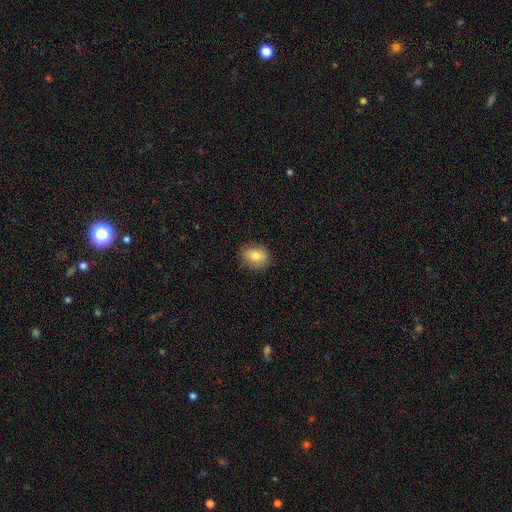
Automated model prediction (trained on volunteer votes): Overall: smooth (80%). How rounded: in between (51%; round 48%). Merging: none (83%).